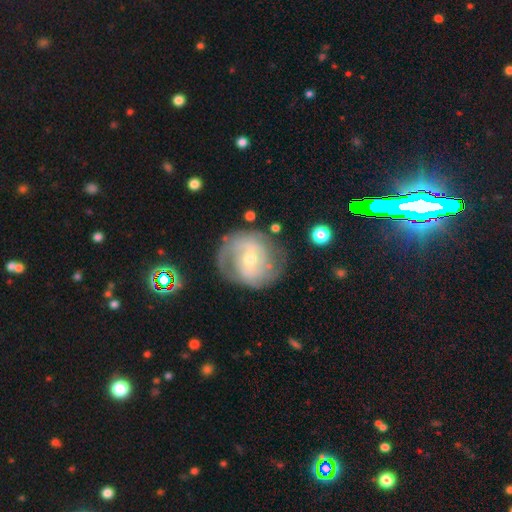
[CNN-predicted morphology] The model was most divided on "bar": weak: 40%, no: 37%, strong: 22%. Remaining: edge-on disk — no (94%); spiral arms — yes (93%); merging — none (75%); smooth or featured — featured or disk (72%); spiral winding — tight (63%); bulge size — small (55%); spiral arm count — 2 (40%).